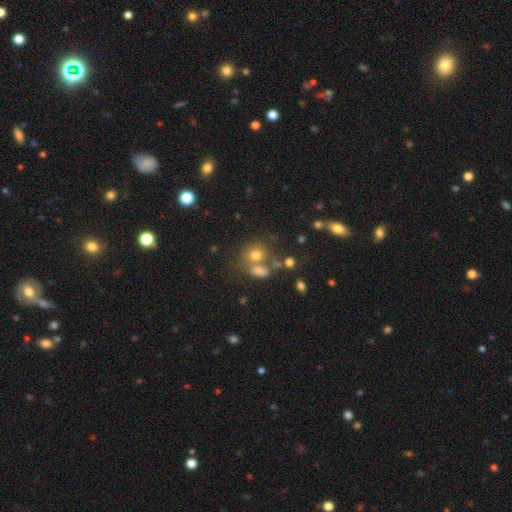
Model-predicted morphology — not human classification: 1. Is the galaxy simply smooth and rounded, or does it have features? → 63% smooth, 22% star or artifact, 15% featured or disk.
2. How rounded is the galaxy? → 59% round, 39% in between, 2% cigar-shaped.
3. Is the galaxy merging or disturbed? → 46% none, 37% merger, 11% minor disturbance, 6% major disturbance.